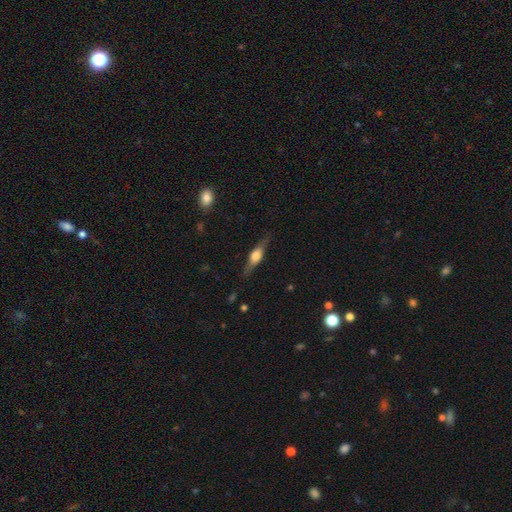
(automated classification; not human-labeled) This appears to be a featured or disk galaxy (55%) viewed edge-on (94%) with a rounded central bulge (87%). Merging: none (82%).